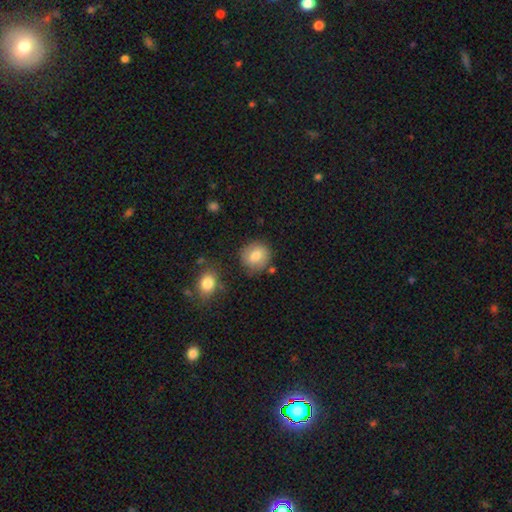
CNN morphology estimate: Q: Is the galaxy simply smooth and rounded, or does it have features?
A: smooth — 81%.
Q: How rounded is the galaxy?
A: round — 86%.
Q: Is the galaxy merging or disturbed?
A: none — 82%.